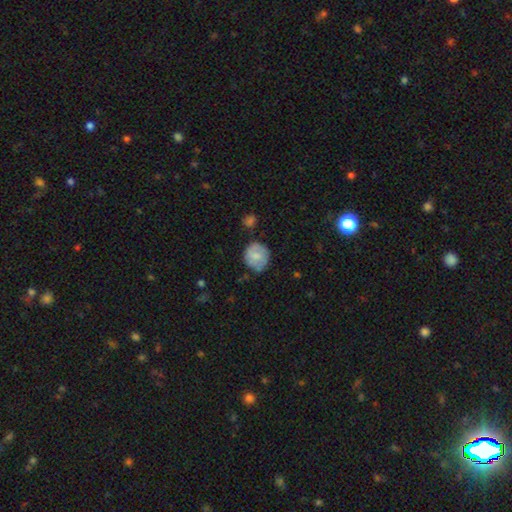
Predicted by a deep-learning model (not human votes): Morphology: type=smooth (75%); roundness=round (84%); merging=none (70%).